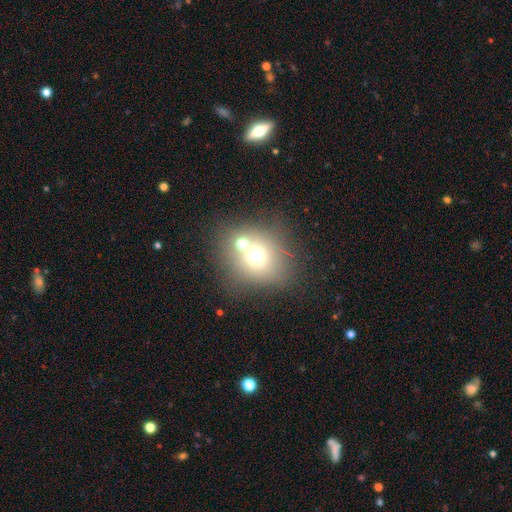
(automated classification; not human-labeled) Overall: smooth (64%). How rounded: round (75%). Merging: none (53%; merger 33%).